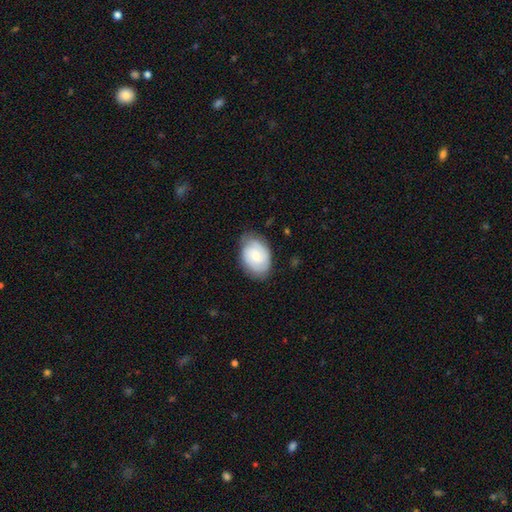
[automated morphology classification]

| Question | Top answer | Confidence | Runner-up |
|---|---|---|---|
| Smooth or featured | featured or disk | 50% | smooth (44%) |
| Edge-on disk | no | 96% | yes (4%) |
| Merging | none | 74% | minor disturbance (21%) |